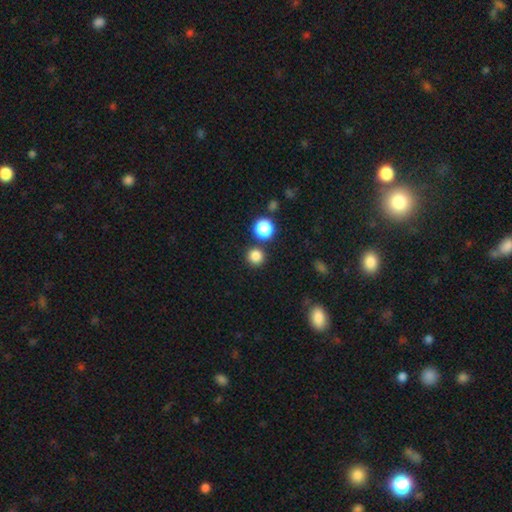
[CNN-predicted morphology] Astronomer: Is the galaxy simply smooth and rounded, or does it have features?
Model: smooth — 81%.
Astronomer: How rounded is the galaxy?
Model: round — 94%.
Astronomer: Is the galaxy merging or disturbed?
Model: none — 84%.